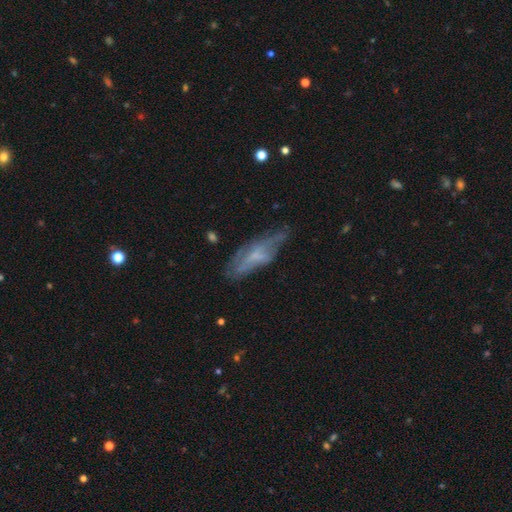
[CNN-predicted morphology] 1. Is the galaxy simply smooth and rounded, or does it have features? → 53% featured or disk, 38% smooth, 9% star or artifact.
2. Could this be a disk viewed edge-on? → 72% no, 28% yes.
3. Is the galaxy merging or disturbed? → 48% none, 31% minor disturbance, 19% major disturbance, 3% merger.